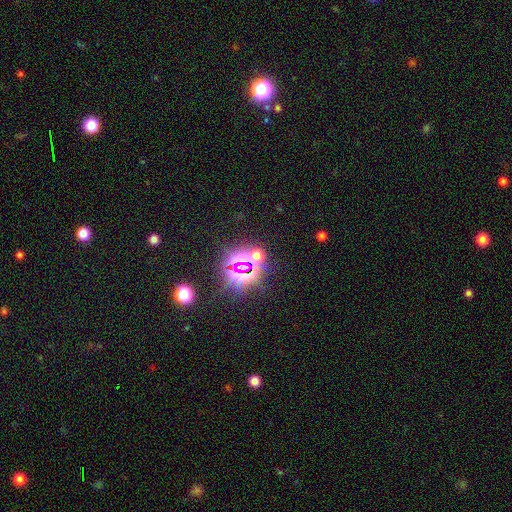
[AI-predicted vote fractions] Smooth or featured? Predicted: star or artifact (p=0.79).